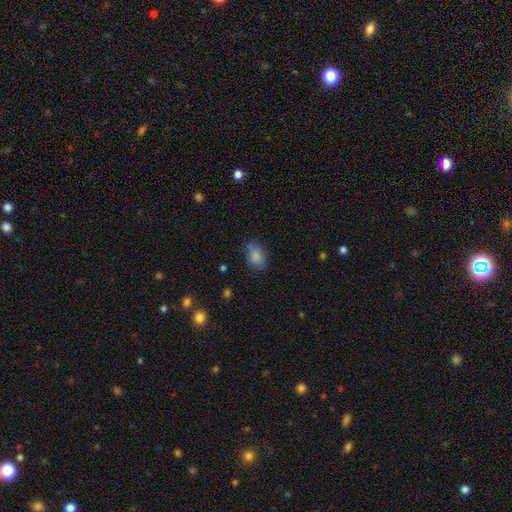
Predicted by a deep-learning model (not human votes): A smooth galaxy with no disk features (83%) that is in between round and cigar-shaped (76%). Merging: none (60%).